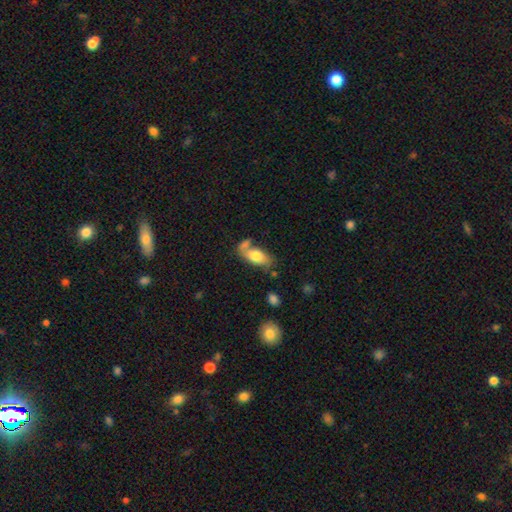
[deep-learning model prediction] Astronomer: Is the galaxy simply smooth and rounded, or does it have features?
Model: smooth — 71%.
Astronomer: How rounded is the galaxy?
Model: in between — 87%.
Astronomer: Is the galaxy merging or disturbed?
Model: none — 44% (runner-up: merger, 30%).